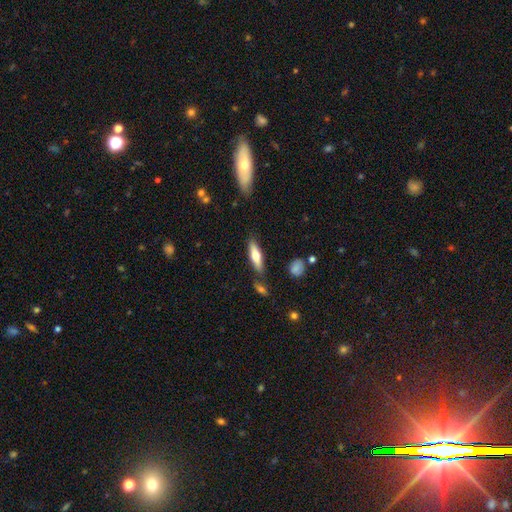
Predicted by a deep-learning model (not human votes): Smooth or featured? Predicted: smooth (p=0.60). How rounded? Predicted: cigar-shaped (p=0.63). Merging? Predicted: none (p=0.81).